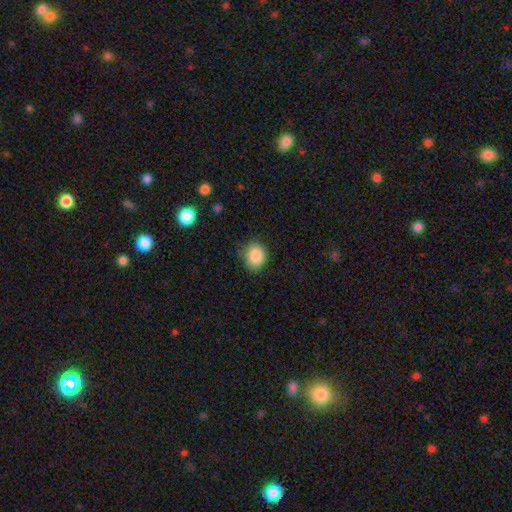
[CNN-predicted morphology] Q: Smooth or featured?
A: smooth (87%); runner-up: star or artifact (9%)
Q: How rounded?
A: round (55%); runner-up: in between (44%)
Q: Merging?
A: none (74%); runner-up: minor disturbance (21%)